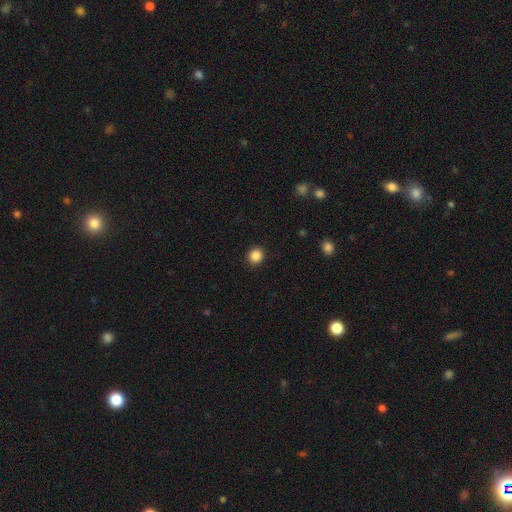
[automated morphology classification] This is clearly a smooth galaxy (86%). How rounded: clearly round (92%). Merging: clearly none (93%).